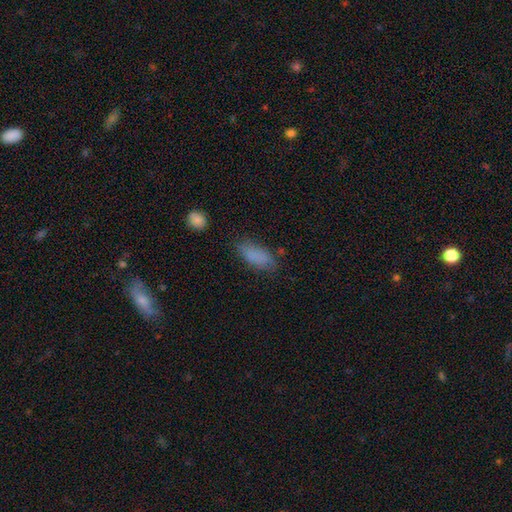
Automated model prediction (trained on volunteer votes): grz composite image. It shows a smooth galaxy with no disk features (83%) that is in between round and cigar-shaped (81%). Merging: none (70%).